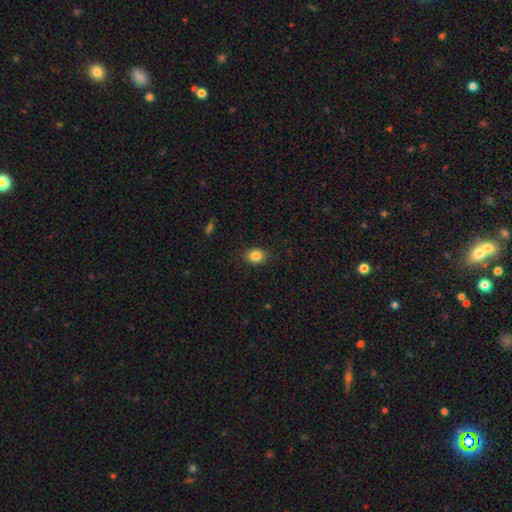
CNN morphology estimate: Overall: smooth (84%). How rounded: round (52%; in between 47%). Merging: none (88%).